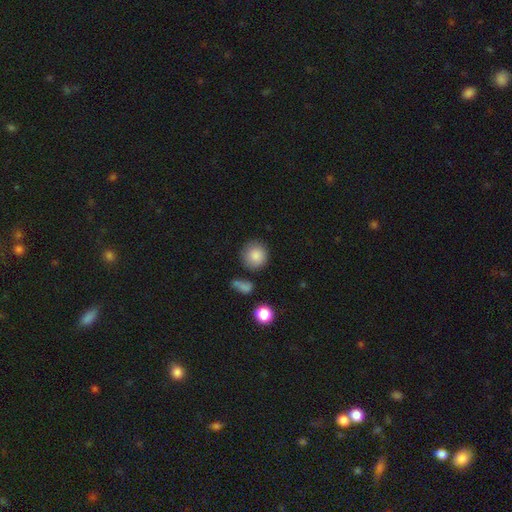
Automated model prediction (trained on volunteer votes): The model was most divided on "merging": none: 79%, minor disturbance: 12%, merger: 5%, major disturbance: 4%. More confident: how rounded — round (90%); smooth or featured — smooth (86%).